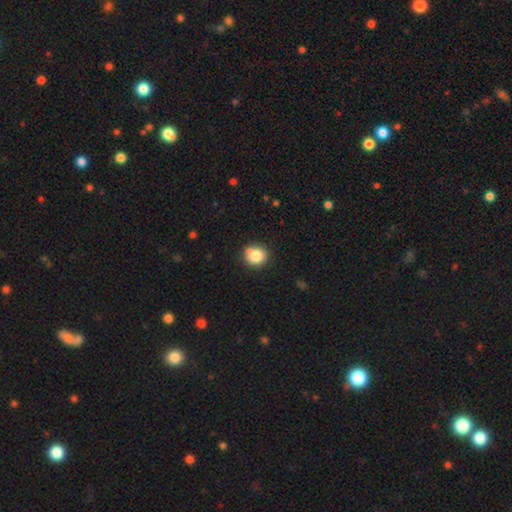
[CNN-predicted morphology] smooth 82%, star or artifact 10%, featured or disk 7%. Down the decision tree: how rounded — round (84%); merging — none (78%).